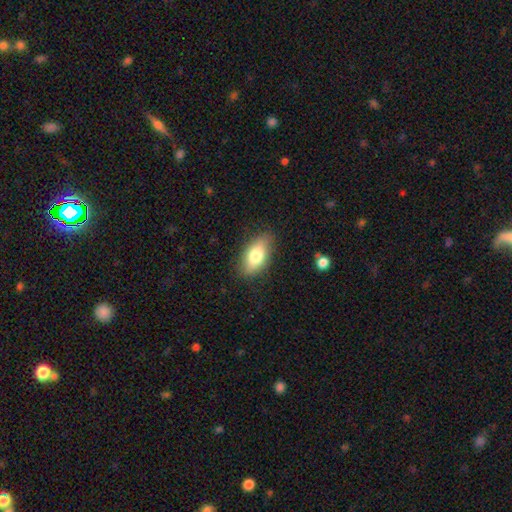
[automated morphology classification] Smooth or featured?
  - smooth: 77% *
  - featured or disk: 16%
  - star or artifact: 7%
How rounded?
  - in between: 87% *
  - cigar-shaped: 8%
  - round: 5%
Merging?
  - none: 83% *
  - minor disturbance: 13%
  - major disturbance: 3%
  - merger: 1%